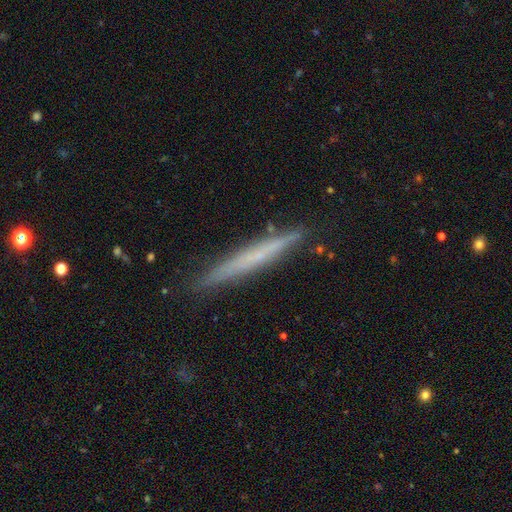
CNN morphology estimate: Smooth or featured? featured or disk (48%)
Merging? none (88%)